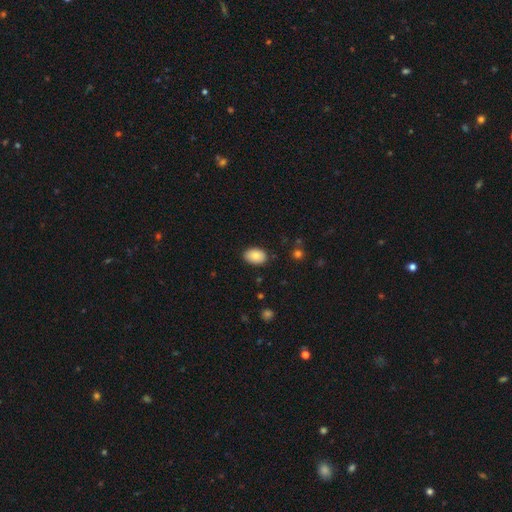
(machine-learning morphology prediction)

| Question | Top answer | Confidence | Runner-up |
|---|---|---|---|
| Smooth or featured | smooth | 85% | featured or disk (8%) |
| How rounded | in between | 86% | round (12%) |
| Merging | none | 86% | minor disturbance (11%) |